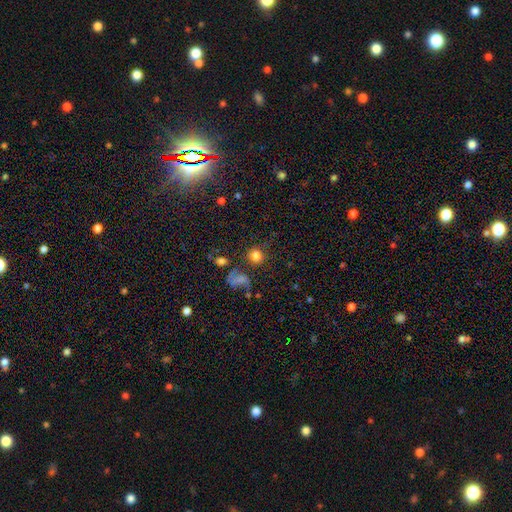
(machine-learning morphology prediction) A smooth galaxy with no disk features (80%) that is round (90%). Merging: none (73%).